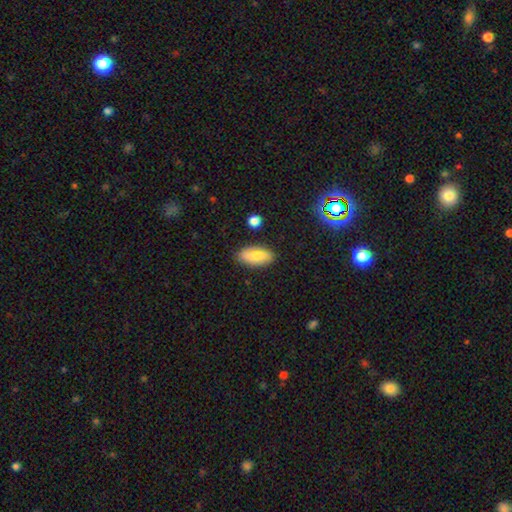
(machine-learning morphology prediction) Smooth or featured? smooth (68%)
How rounded? in between (82%)
Merging? none (82%)